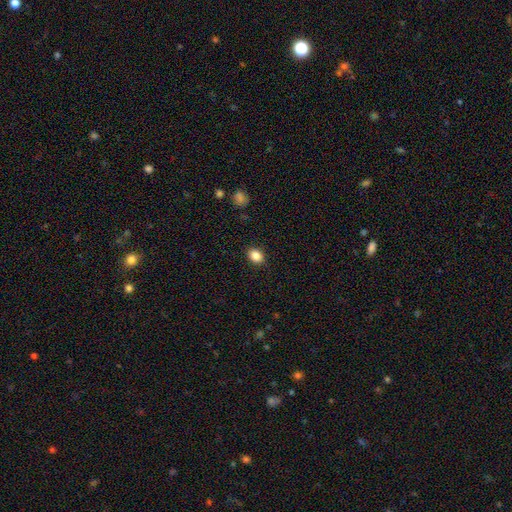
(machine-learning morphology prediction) smooth 85%, star or artifact 10%, featured or disk 5%. Down the decision tree: how rounded — in between (57%); merging — none (89%).